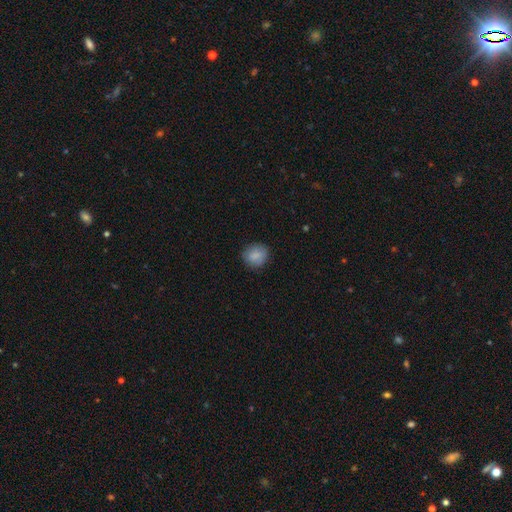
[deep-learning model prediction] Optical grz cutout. It shows a smooth galaxy with no disk features (86%) that is round (77%). Merging: none (84%).